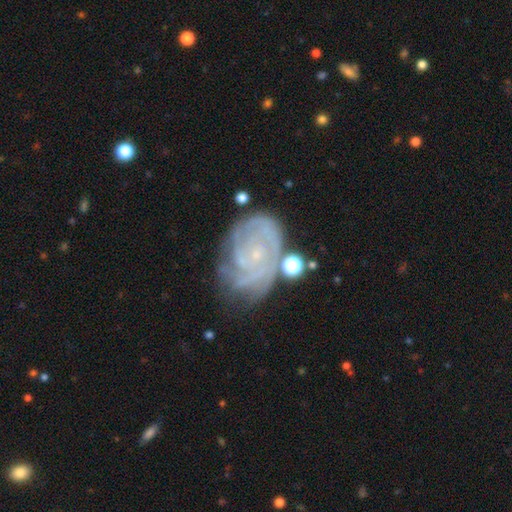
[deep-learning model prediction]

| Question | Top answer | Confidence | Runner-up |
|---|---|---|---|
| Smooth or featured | featured or disk | 82% | smooth (10%) |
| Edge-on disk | no | 97% | yes (3%) |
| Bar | no | 75% | weak (20%) |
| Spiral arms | yes | 93% | no (7%) |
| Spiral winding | tight | 72% | medium (22%) |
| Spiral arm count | can't tell | 38% | 3 (18%) |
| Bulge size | small | 82% | moderate (8%) |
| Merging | none | 59% | minor disturbance (23%) |